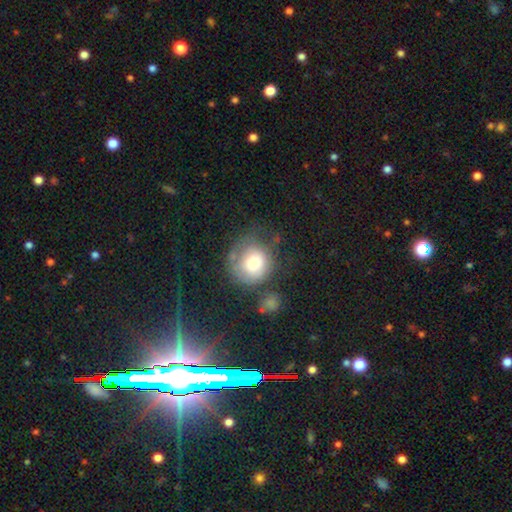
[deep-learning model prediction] Smooth or featured? smooth (49%)
Merging? none (60%)